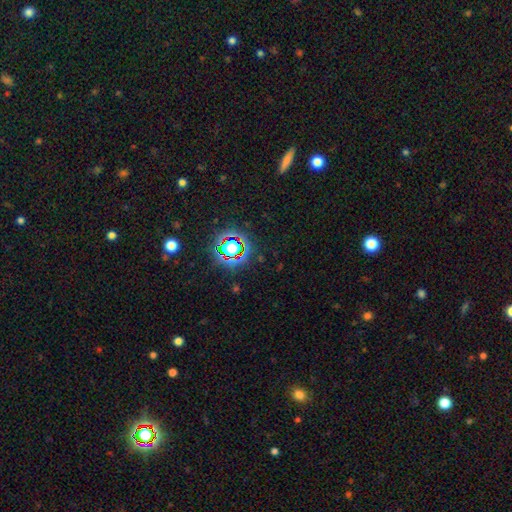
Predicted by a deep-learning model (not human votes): Smooth or featured?
  - star or artifact: 77% *
  - smooth: 14%
  - featured or disk: 9%